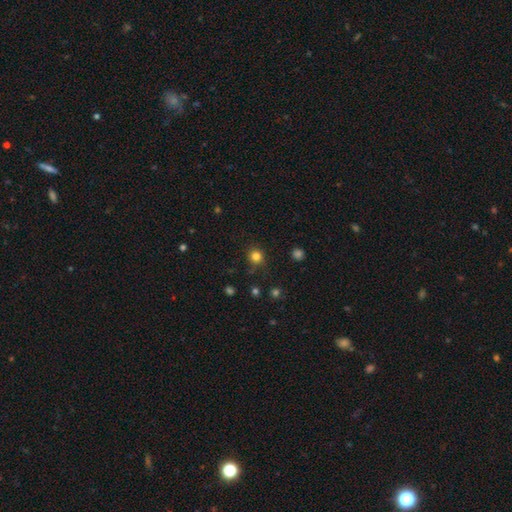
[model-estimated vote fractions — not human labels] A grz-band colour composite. It shows a smooth galaxy with no disk features (81%) that is round (89%). Merging: none (84%).